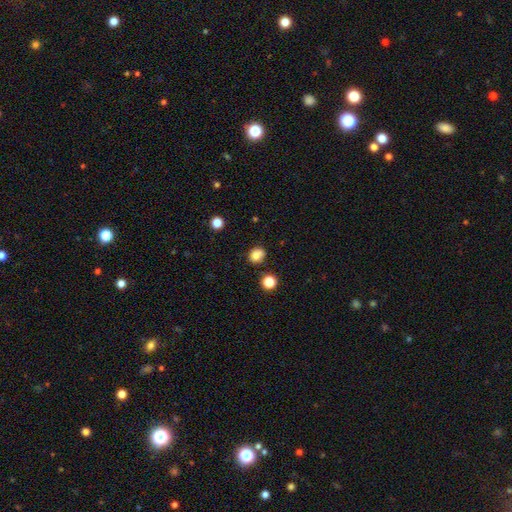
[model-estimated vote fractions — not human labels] Smooth or featured? Predicted: smooth (p=0.80). How rounded? Predicted: round (p=0.74). Merging? Predicted: none (p=0.76).